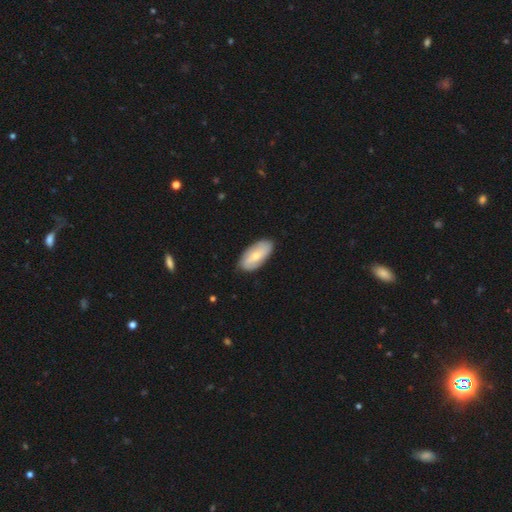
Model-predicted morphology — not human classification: Smooth or featured: smooth — 58% (featured or disk — 36%)
How rounded: in between — 92% (cigar-shaped — 6%)
Merging: none — 84% (minor disturbance — 13%)